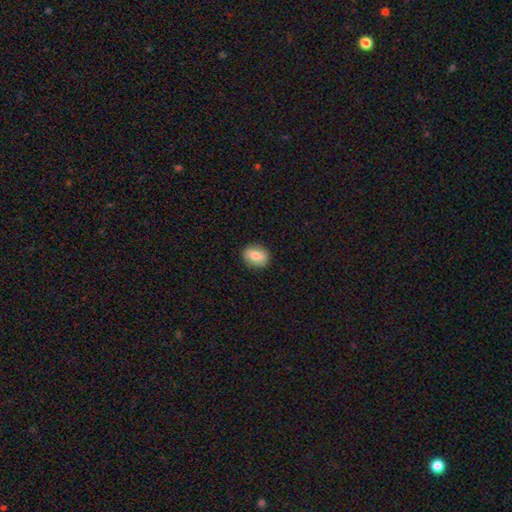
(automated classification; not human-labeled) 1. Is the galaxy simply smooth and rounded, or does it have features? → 75% smooth, 17% featured or disk, 8% star or artifact.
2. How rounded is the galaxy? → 54% in between, 44% round, 2% cigar-shaped.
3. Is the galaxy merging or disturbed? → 87% none, 10% minor disturbance, 2% major disturbance, 1% merger.